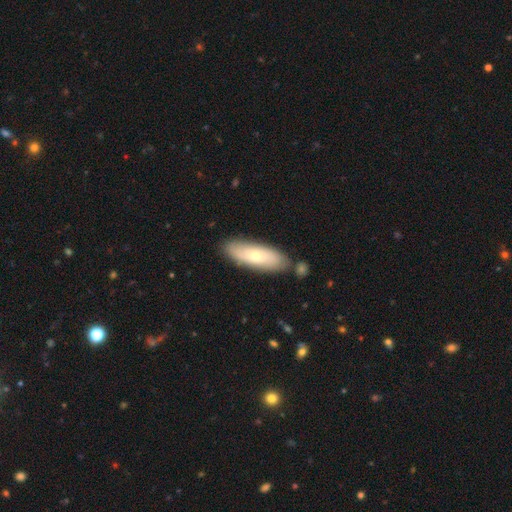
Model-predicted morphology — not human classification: Overall: smooth (62%; featured or disk 32%). How rounded: in between (58%; cigar-shaped 40%). Merging: none (77%).